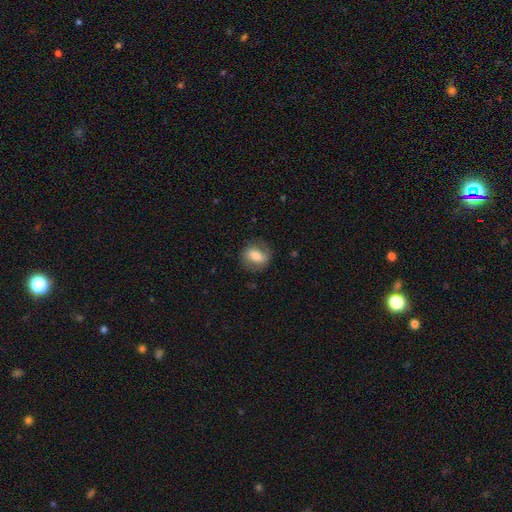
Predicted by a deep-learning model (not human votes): The model was most divided on "how rounded": in between: 54%, round: 44%, cigar-shaped: 2%. More confident: merging — none (78%); smooth or featured — smooth (64%).